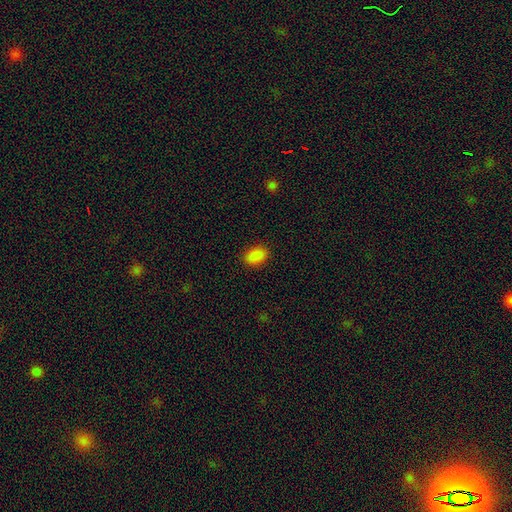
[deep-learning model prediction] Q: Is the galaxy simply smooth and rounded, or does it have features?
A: smooth — 88%.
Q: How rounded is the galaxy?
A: in between — 89%.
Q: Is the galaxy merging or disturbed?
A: none — 88%.